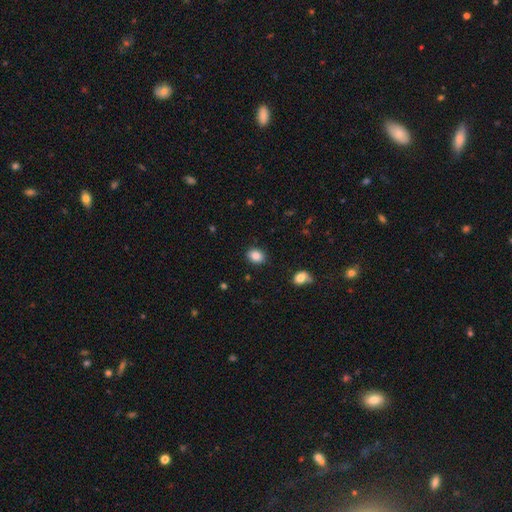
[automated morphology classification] Smooth or featured? smooth (86%)
How rounded? in between (56%)
Merging? none (88%)